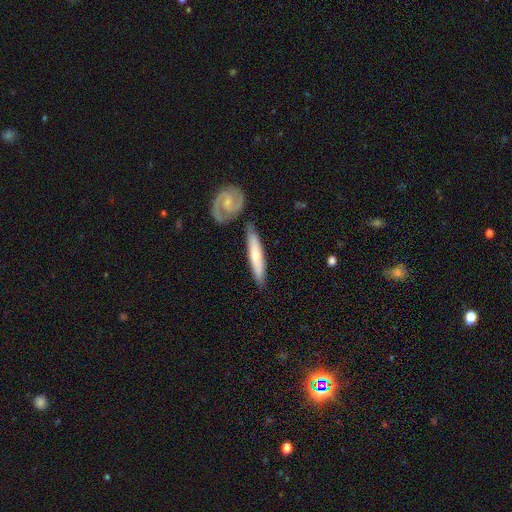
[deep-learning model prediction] The model was most divided on "smooth or featured": featured or disk: 49%, smooth: 46%, star or artifact: 5%. More confident: merging — none (79%).